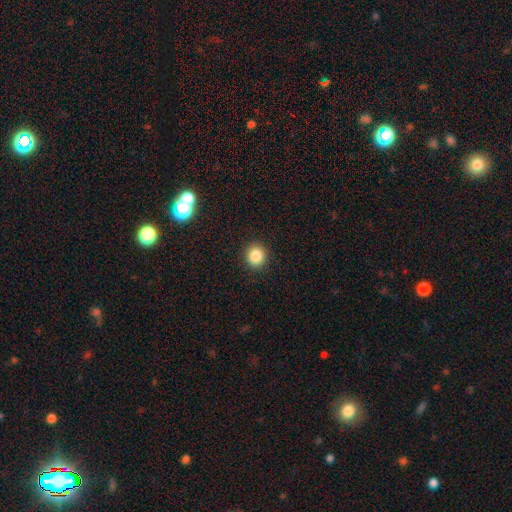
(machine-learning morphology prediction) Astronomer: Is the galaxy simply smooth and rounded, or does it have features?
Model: smooth — 86%.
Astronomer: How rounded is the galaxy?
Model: round — 86%.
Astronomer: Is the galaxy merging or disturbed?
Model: none — 92%.